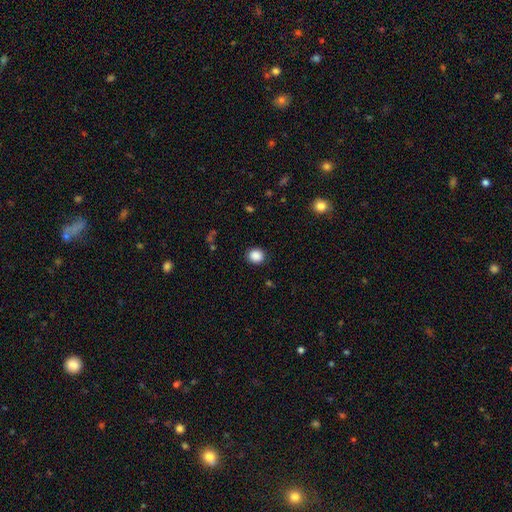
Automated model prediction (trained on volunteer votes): Morphology: type=smooth (88%); roundness=round (81%); merging=none (89%).